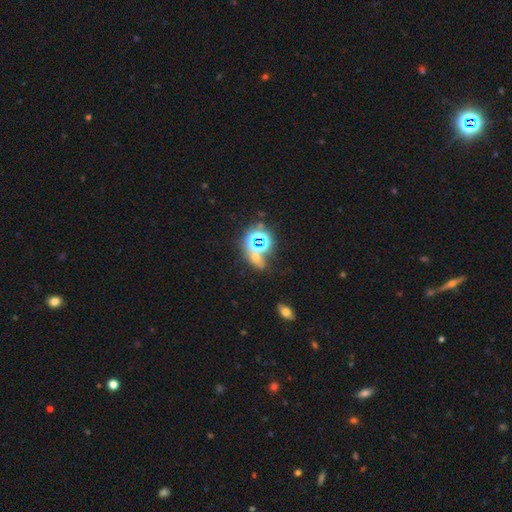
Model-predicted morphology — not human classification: Overall: star or artifact (69%).